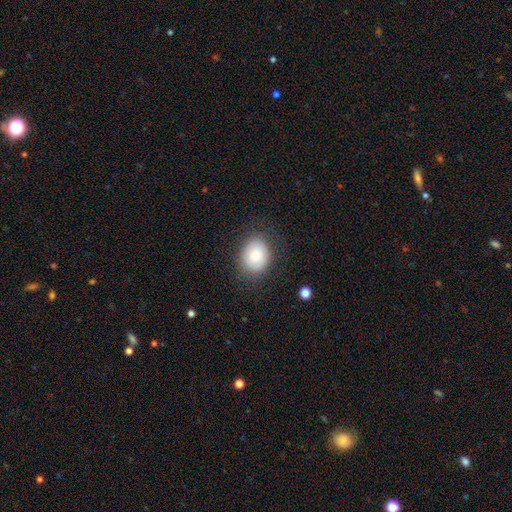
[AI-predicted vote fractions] Smooth or featured: smooth — 76% (featured or disk — 15%)
How rounded: round — 56% (in between — 44%)
Merging: none — 81% (minor disturbance — 13%)